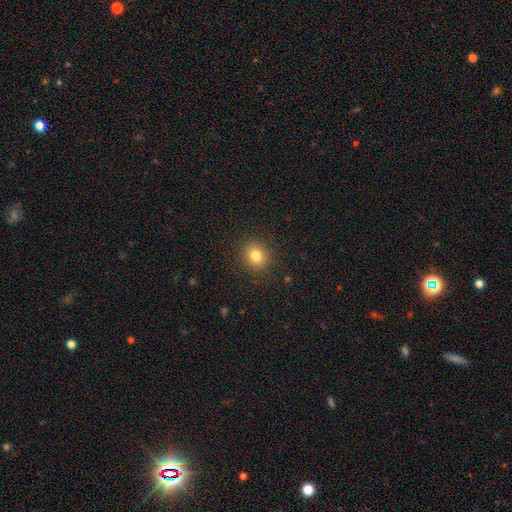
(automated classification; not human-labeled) Overall: smooth (80%). How rounded: round (83%). Merging: none (90%).